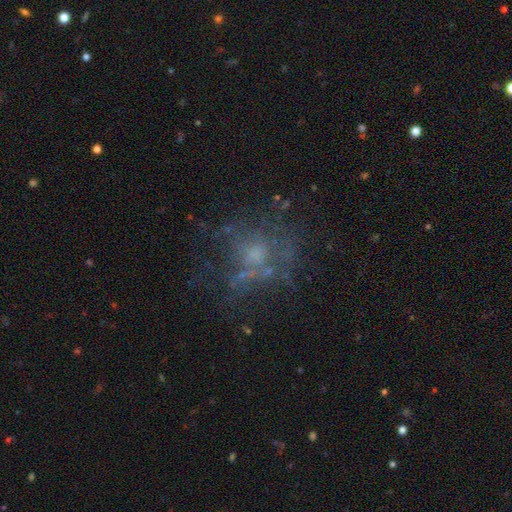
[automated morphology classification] Overall: featured or disk (47%; smooth 27%). Merging: none (55%; major disturbance 25%).